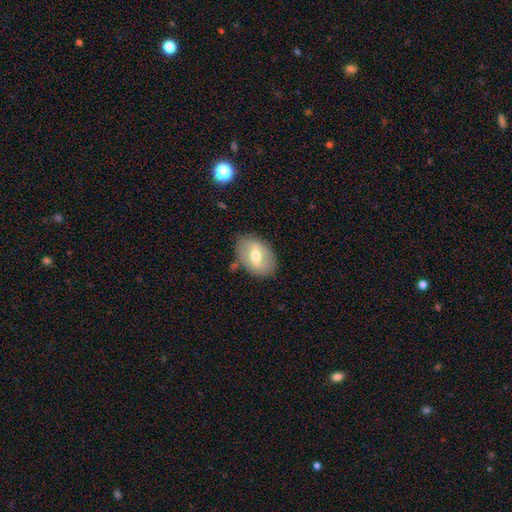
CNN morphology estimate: Q: Smooth or featured?
A: featured or disk (48%); runner-up: smooth (45%)
Q: Merging?
A: none (78%); runner-up: minor disturbance (15%)